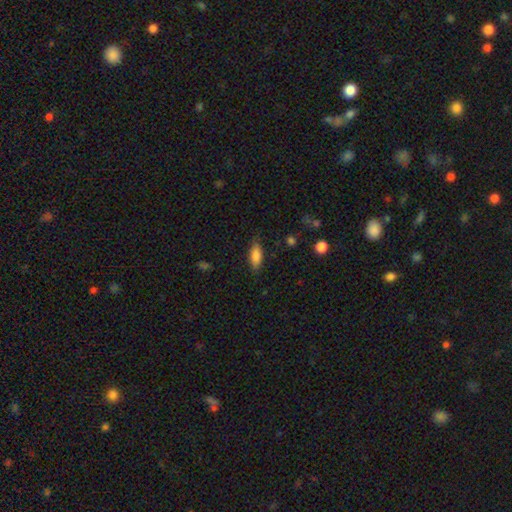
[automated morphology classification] The model was most divided on "how rounded": in between: 75%, cigar-shaped: 22%, round: 2%. More confident: smooth or featured — smooth (83%); merging — none (81%).